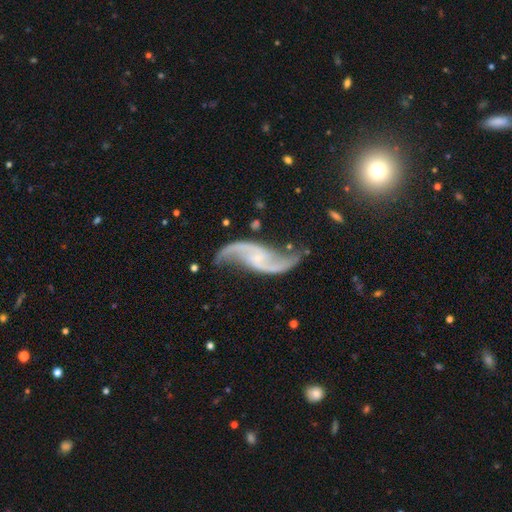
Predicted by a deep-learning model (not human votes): featured or disk 92%, star or artifact 5%, smooth 4%. Down the decision tree: edge-on disk — no (96%); bar — no (47%); spiral arms — yes (98%); spiral arm count — 2 (94%); spiral winding — loose (77%); bulge size — small (59%); merging — none (72%).